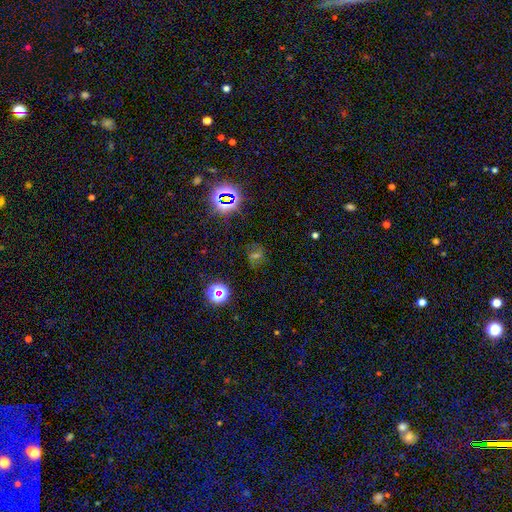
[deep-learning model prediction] This is possibly a star or artifact rather than a galaxy (46%).